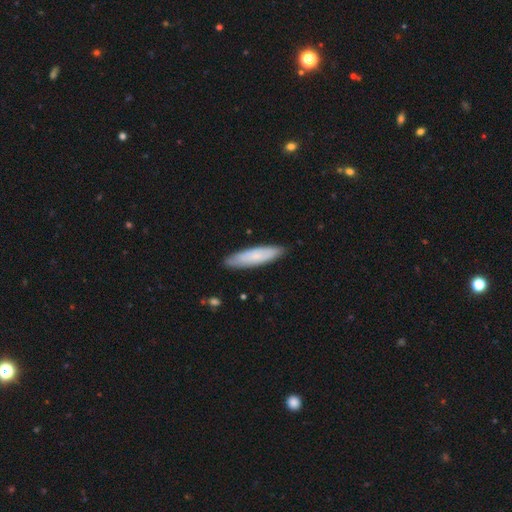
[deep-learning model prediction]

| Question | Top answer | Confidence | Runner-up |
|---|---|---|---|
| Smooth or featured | smooth | 73% | featured or disk (22%) |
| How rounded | cigar-shaped | 73% | in between (26%) |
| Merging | none | 88% | minor disturbance (10%) |